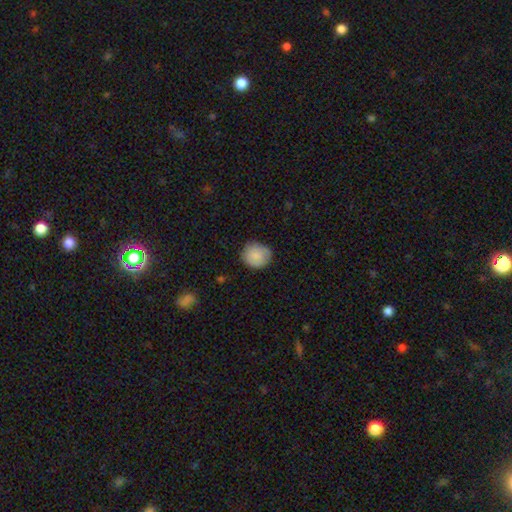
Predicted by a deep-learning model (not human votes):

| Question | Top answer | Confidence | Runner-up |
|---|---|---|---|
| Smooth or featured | smooth | 86% | star or artifact (7%) |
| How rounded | round | 82% | in between (17%) |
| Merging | none | 79% | minor disturbance (17%) |